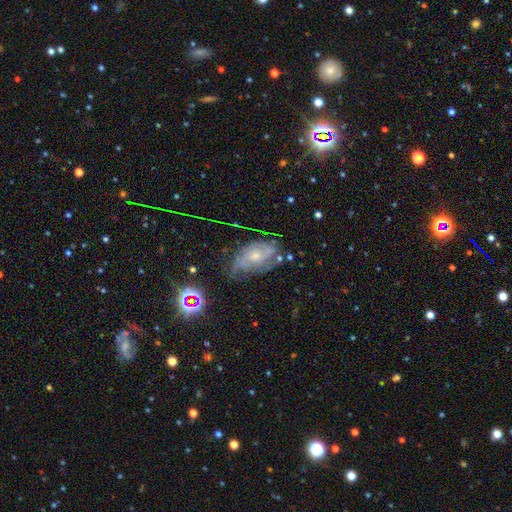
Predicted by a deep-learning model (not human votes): This is likely a featured or disk galaxy (68%). It is clearly not viewed edge-on (95%). Bar: likely no (74%). Spiral arm pattern: clearly yes (84%). Spiral arm count: marginally can't tell (43%). Spiral winding: possibly tight (47%). Central bulge: possibly small (54%). Merging: possibly none (54%).